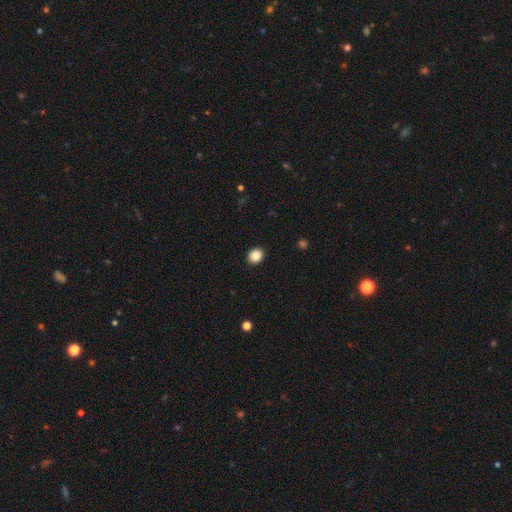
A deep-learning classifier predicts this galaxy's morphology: Smooth or featured? Predicted: smooth (p=0.87). How rounded? Predicted: round (p=0.64). Merging? Predicted: none (p=0.91).